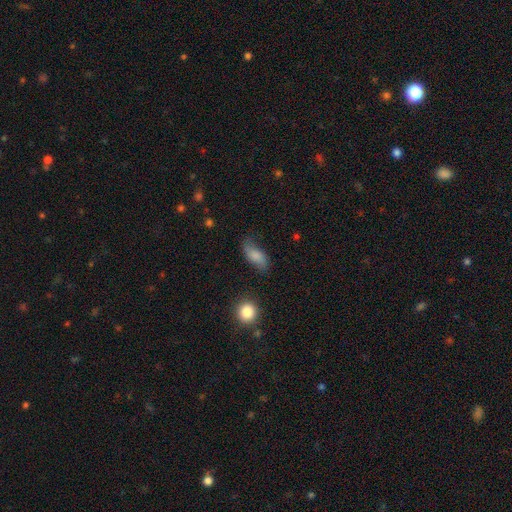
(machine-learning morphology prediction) Overall: smooth (71%). How rounded: in between (84%). Merging: none (63%; minor disturbance 26%).